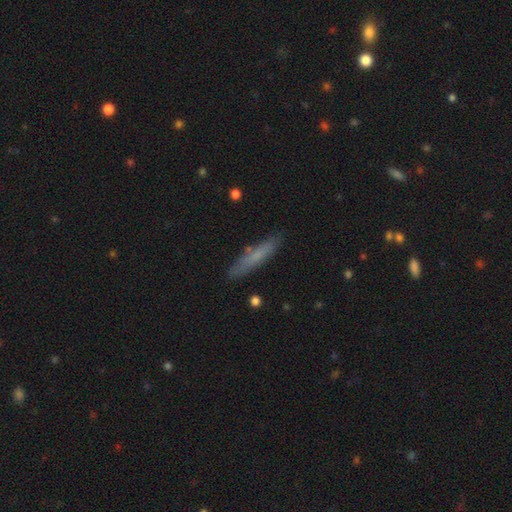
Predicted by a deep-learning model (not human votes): Q: Smooth or featured?
A: smooth (67%); runner-up: featured or disk (26%)
Q: How rounded?
A: cigar-shaped (89%); runner-up: in between (9%)
Q: Merging?
A: none (84%); runner-up: minor disturbance (12%)